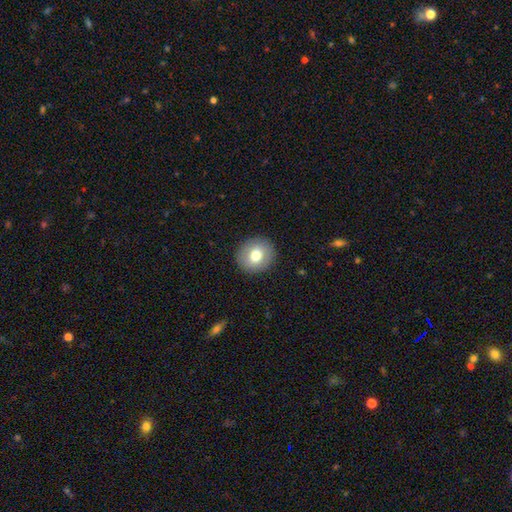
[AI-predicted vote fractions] smooth 75%, featured or disk 16%, star or artifact 8%. Down the decision tree: how rounded — round (82%); merging — none (91%).